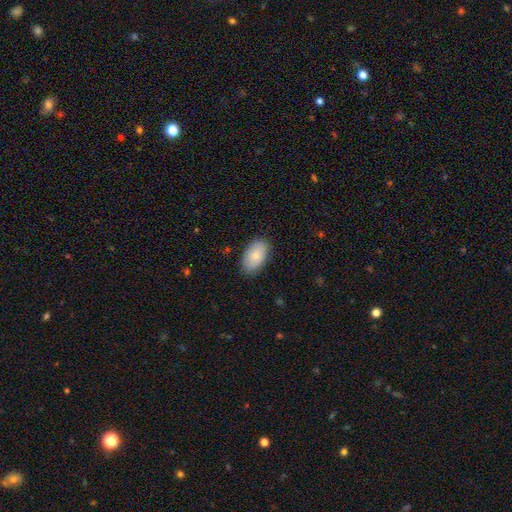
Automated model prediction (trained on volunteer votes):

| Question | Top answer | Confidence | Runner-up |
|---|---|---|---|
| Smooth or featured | smooth | 80% | featured or disk (13%) |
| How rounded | in between | 94% | round (5%) |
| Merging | none | 85% | minor disturbance (12%) |